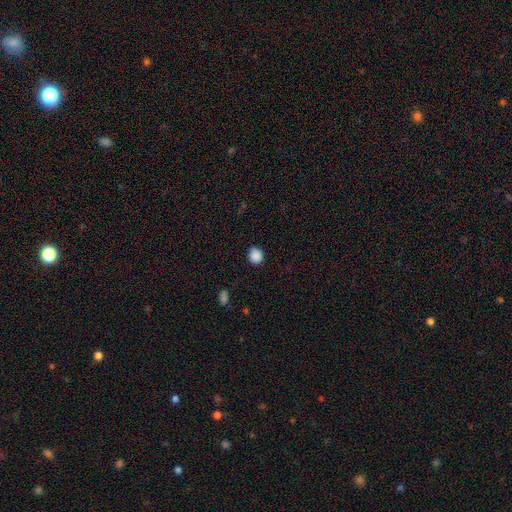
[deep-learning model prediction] This appears to be a smooth galaxy with no disk features (88%) that is round (76%). Merging: none (84%).